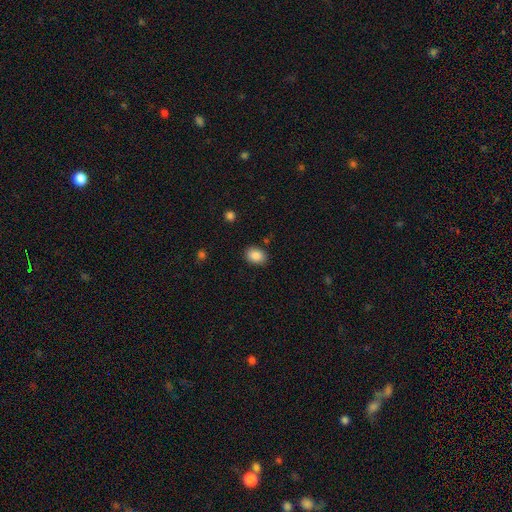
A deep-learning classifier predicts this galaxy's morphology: Smooth or featured? Predicted: smooth (p=0.86). How rounded? Predicted: in between (p=0.71). Merging? Predicted: none (p=0.87).